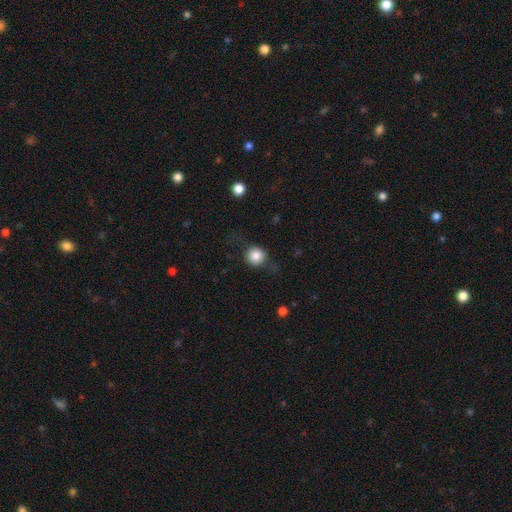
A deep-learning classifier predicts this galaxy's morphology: Smooth or featured? smooth (81%)
How rounded? round (91%)
Merging? none (73%)